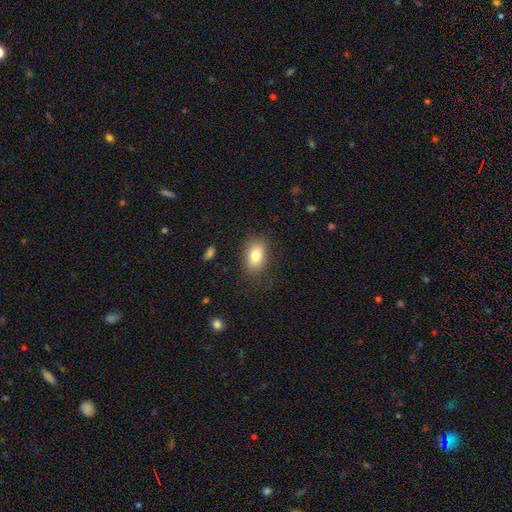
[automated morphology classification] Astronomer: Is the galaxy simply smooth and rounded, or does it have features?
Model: smooth — 81%.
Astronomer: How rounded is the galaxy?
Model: in between — 86%.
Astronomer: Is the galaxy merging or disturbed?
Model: none — 82%.